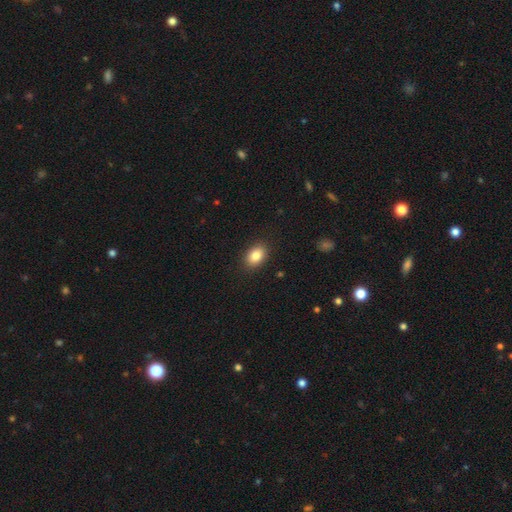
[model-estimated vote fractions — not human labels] Morphology: type=smooth (85%); roundness=in between (80%); merging=none (88%).